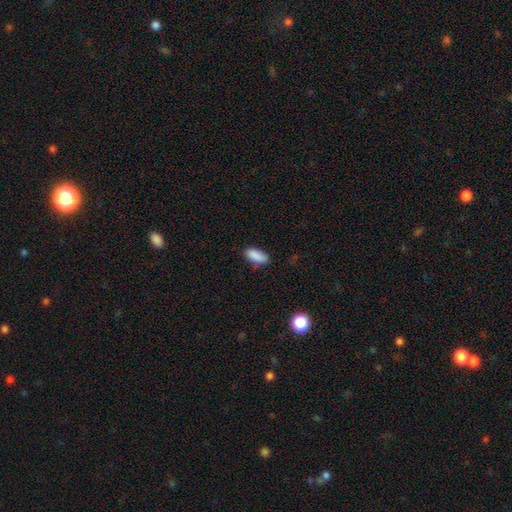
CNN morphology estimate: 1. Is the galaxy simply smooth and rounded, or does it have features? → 88% smooth, 8% star or artifact, 4% featured or disk.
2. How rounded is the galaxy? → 87% in between, 11% cigar-shaped, 2% round.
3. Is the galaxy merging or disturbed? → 76% none, 19% minor disturbance, 4% major disturbance, 2% merger.